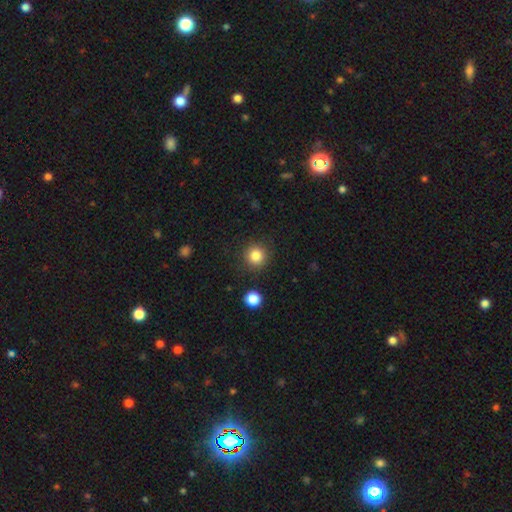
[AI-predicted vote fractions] Smooth or featured?
  - smooth: 83% *
  - star or artifact: 11%
  - featured or disk: 5%
How rounded?
  - round: 94% *
  - in between: 5%
  - cigar-shaped: 1%
Merging?
  - none: 89% *
  - minor disturbance: 6%
  - major disturbance: 3%
  - merger: 2%